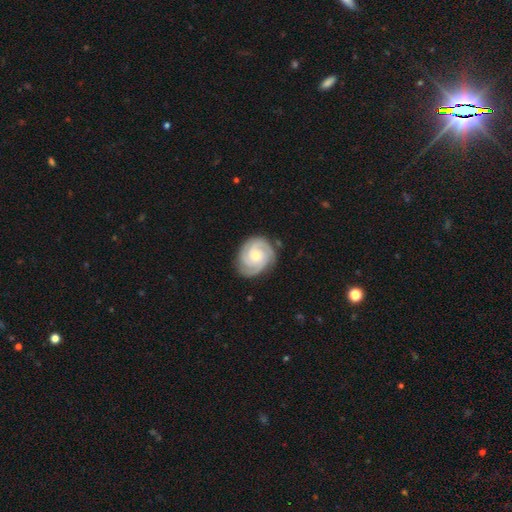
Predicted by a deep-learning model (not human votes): A featured or disk galaxy (87%) with no bar (73%), 3 (56%) tight (72%) spiral arms (98%) and a small central bulge (54%). Merging: none (82%).